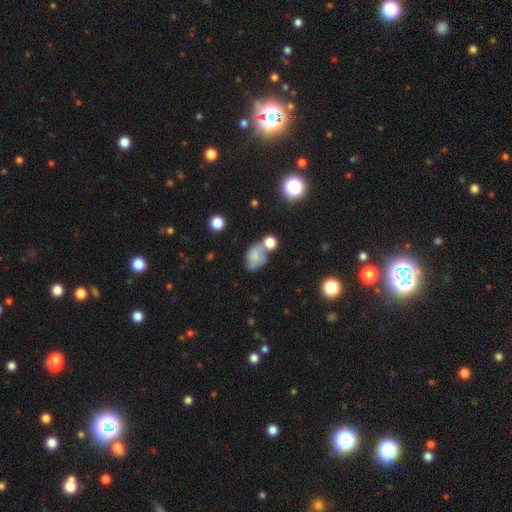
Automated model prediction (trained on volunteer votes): Smooth or featured: smooth — 60% (featured or disk — 25%)
How rounded: in between — 70% (round — 28%)
Merging: merger — 31% (tied with none — 31%)